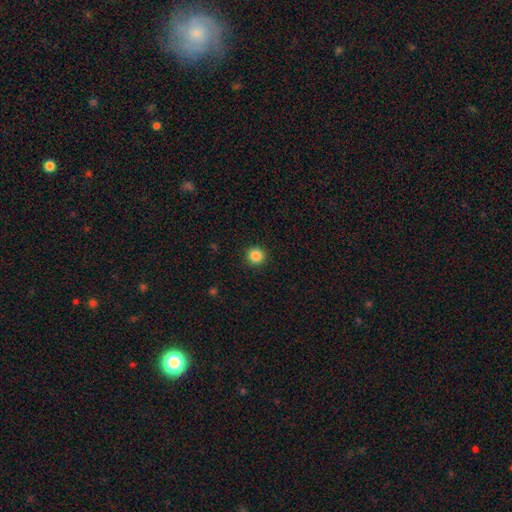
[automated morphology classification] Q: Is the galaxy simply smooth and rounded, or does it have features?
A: smooth — 87%.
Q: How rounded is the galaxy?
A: round — 95%.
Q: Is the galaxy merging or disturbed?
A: none — 92%.